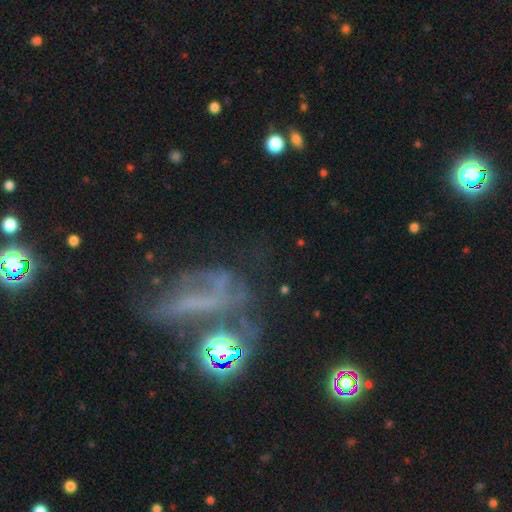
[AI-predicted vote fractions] This appears to be a featured or disk galaxy (42%). Merging: major disturbance (36%).